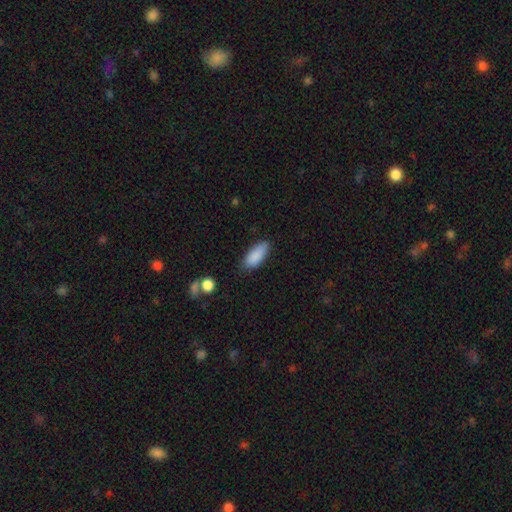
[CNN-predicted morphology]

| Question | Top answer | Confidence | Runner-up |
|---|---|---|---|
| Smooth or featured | smooth | 88% | star or artifact (7%) |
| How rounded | in between | 78% | cigar-shaped (20%) |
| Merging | none | 78% | minor disturbance (17%) |